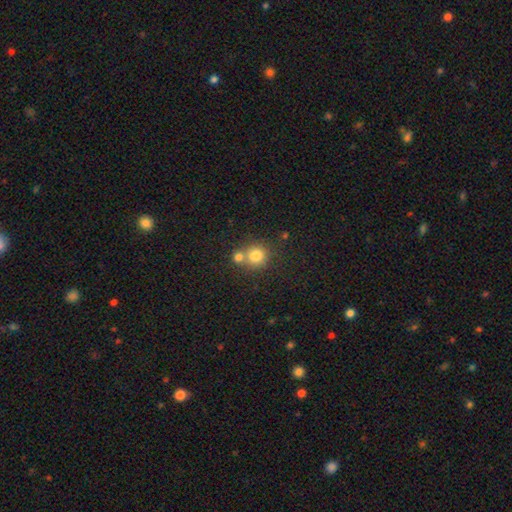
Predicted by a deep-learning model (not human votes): smooth_or_featured: smooth (p=0.79) [alt: star or artifact p=0.11]
how_rounded: round (p=0.87) [alt: in between p=0.12]
merging: none (p=0.49) [alt: merger p=0.40]